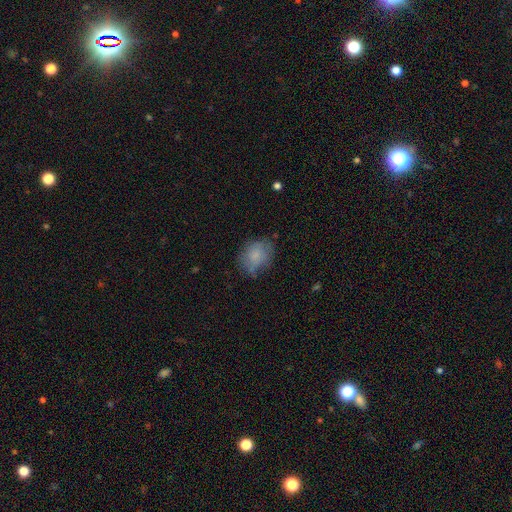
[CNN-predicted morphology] The model was most divided on "how rounded": in between: 53%, round: 46%, cigar-shaped: 1%. More confident: smooth or featured — smooth (77%); merging — none (64%).